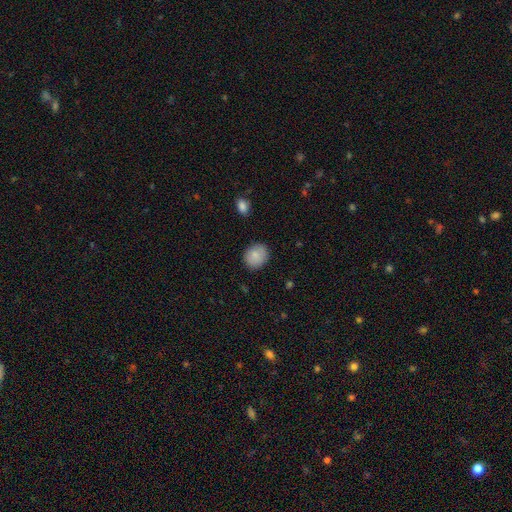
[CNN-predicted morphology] This appears to be a smooth galaxy with no disk features (85%) that is round (68%). Merging: none (86%).